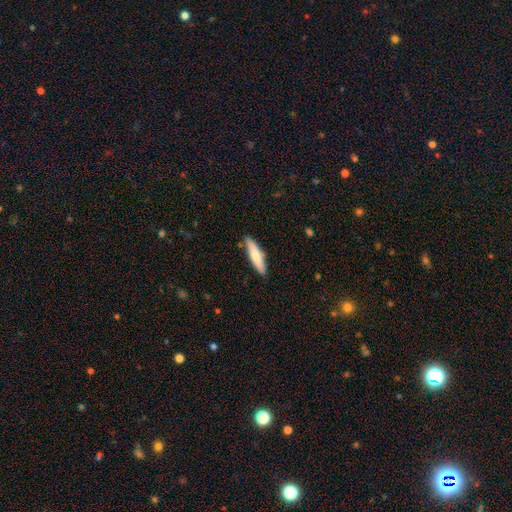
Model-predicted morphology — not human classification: Smooth or featured: smooth — 72% (featured or disk — 23%)
How rounded: cigar-shaped — 78% (in between — 21%)
Merging: none — 86% (minor disturbance — 11%)